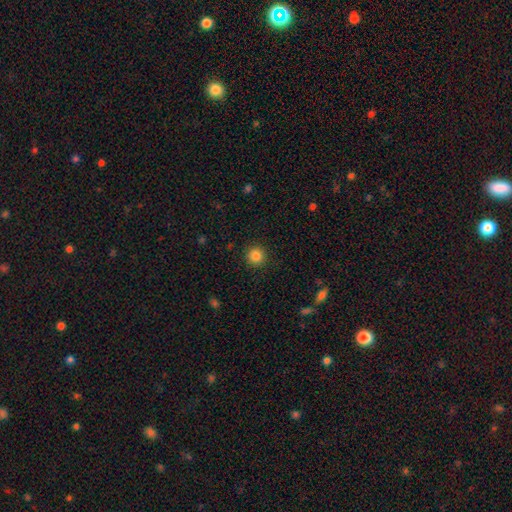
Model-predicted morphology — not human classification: smooth 85%, star or artifact 11%, featured or disk 4%. Down the decision tree: how rounded — round (95%); merging — none (92%).